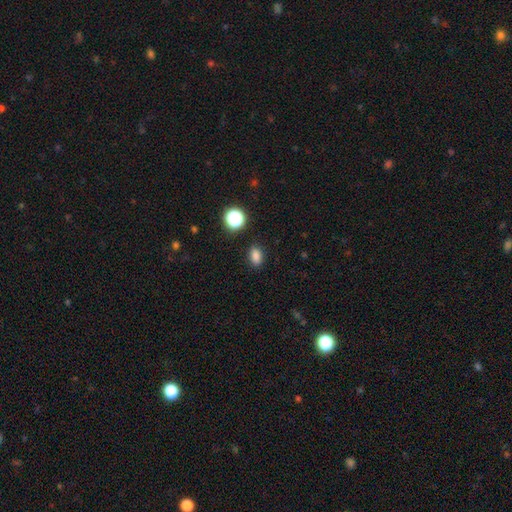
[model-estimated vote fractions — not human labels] Smooth or featured: smooth — 83% (star or artifact — 13%)
How rounded: in between — 79% (round — 18%)
Merging: none — 88% (minor disturbance — 8%)